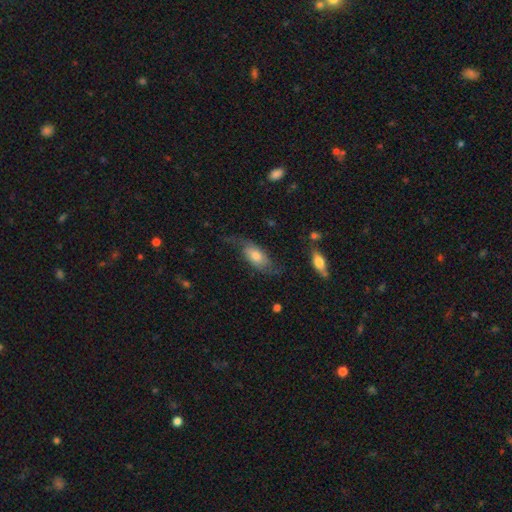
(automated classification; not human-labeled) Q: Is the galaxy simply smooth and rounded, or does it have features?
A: featured or disk — 53%.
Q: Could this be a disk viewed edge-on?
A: no — 86%.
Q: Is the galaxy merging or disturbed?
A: none — 52%.